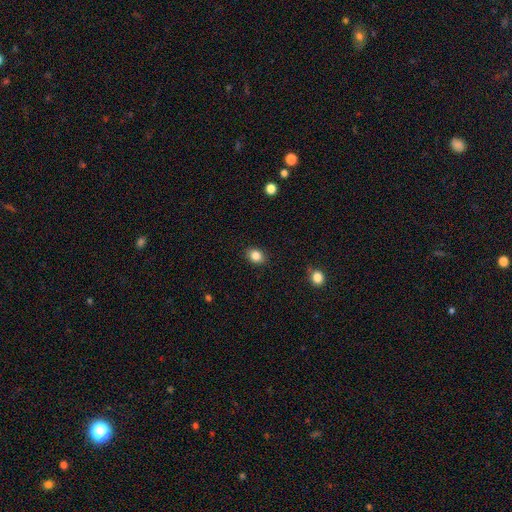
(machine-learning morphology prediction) Smooth or featured? Predicted: smooth (p=0.85). How rounded? Predicted: in between (p=0.55). Merging? Predicted: none (p=0.89).